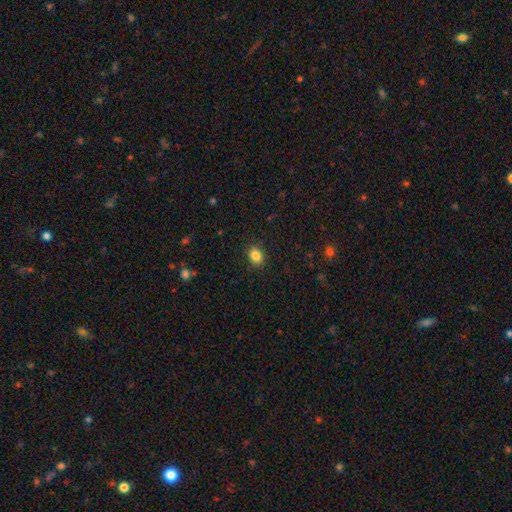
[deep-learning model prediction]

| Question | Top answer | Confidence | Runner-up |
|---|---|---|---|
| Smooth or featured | smooth | 85% | star or artifact (10%) |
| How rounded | in between | 68% | round (31%) |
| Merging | none | 88% | minor disturbance (9%) |